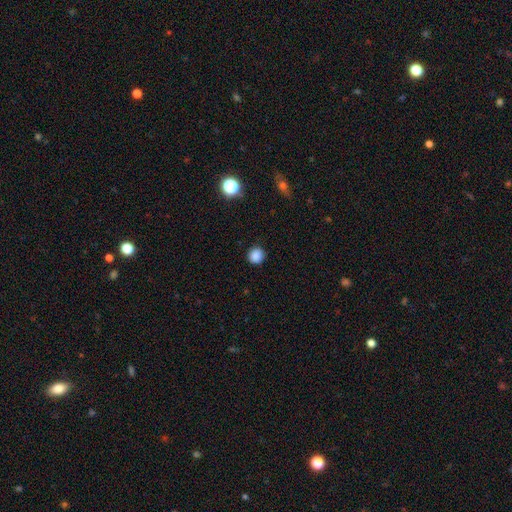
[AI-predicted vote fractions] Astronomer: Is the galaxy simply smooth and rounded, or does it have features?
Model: smooth — 86%.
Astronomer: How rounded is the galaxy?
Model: round — 91%.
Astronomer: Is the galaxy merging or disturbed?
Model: none — 89%.